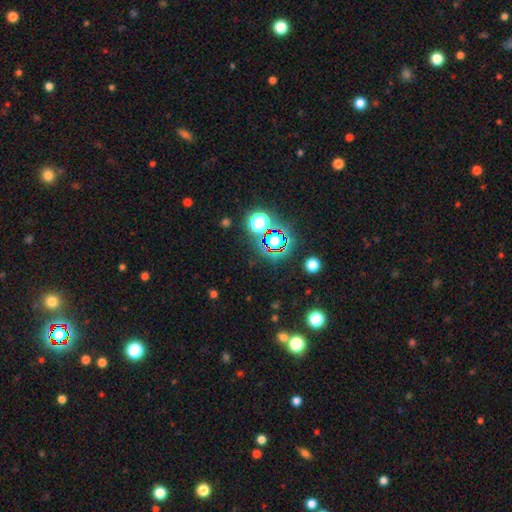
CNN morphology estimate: This appears to be a star or artifact, not a galaxy (77%).